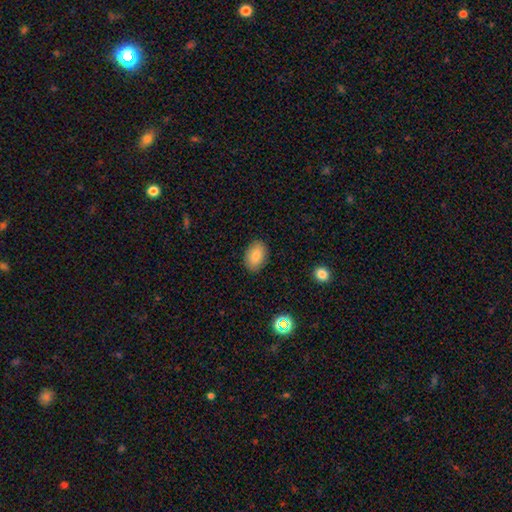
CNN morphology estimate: smooth-or-featured: smooth: 84% | featured or disk: 9% | star or artifact: 8%
  how-rounded: in between: 87% | round: 12% | cigar-shaped: 1%
  merging: none: 87% | minor disturbance: 9% | major disturbance: 2% | merger: 1%